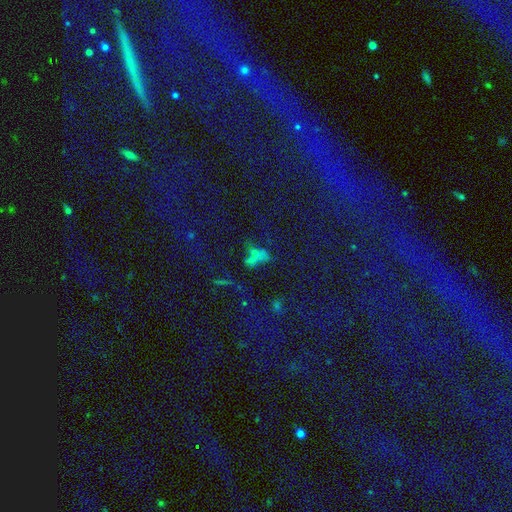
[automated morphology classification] Smooth or featured?
  - smooth: 41% *
  - star or artifact: 40%
  - featured or disk: 18%
Merging?
  - merger: 39% *
  - none: 35%
  - minor disturbance: 13%
  - major disturbance: 13%